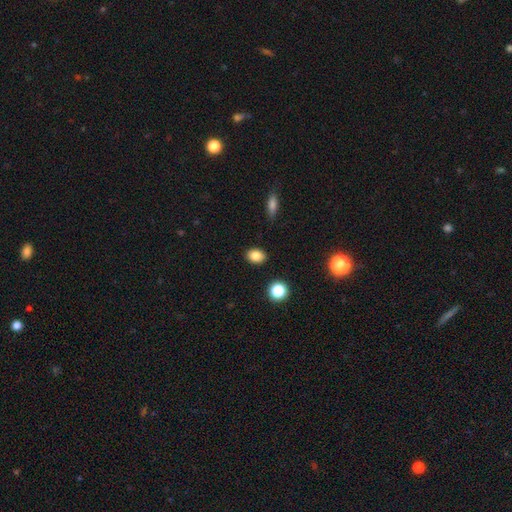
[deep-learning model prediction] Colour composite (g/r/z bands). It shows a smooth galaxy with no disk features (83%) that is in between round and cigar-shaped (68%). Merging: none (89%).